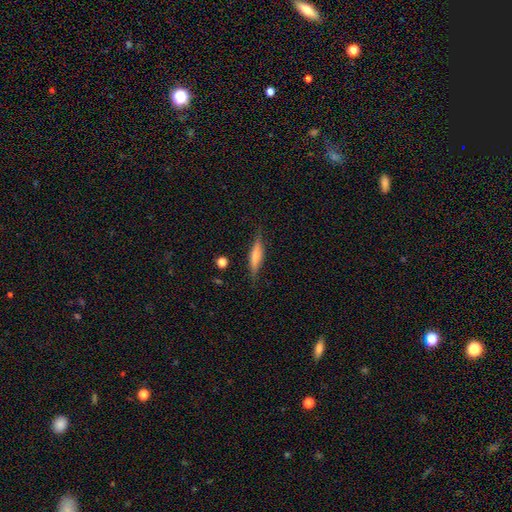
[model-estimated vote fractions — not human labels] This appears to be a smooth galaxy with no disk features (53%) that is cigar-shaped (80%). Merging: none (83%).